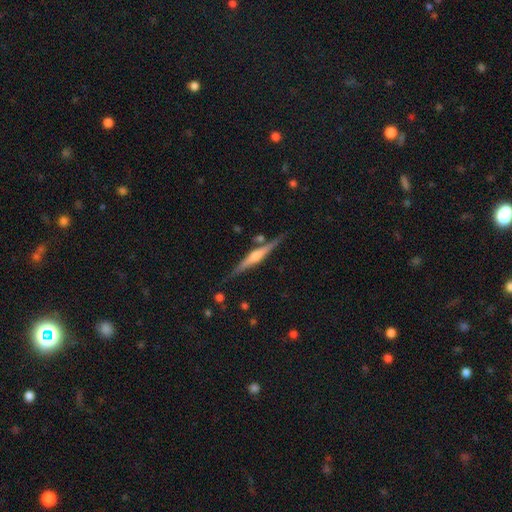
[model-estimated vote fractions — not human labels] Morphology: type=featured or disk (78%); edge-on=yes (98%); edge-on bulge=rounded (84%); merging=none (84%).